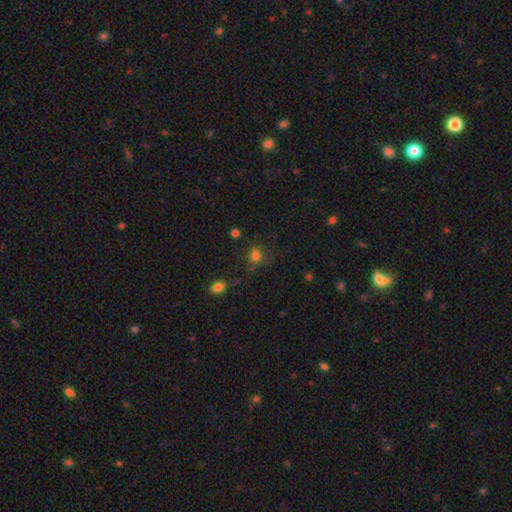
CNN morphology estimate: Overall: smooth (74%). How rounded: round (54%; in between 45%). Merging: none (59%; minor disturbance 21%).